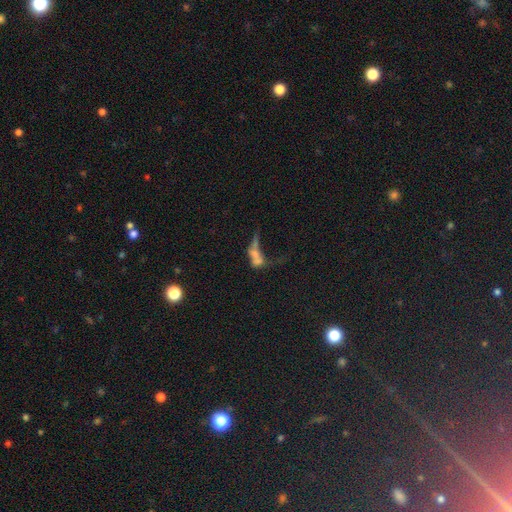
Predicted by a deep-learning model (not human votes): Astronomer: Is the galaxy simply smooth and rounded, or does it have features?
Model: smooth — 43% (runner-up: featured or disk, 39%).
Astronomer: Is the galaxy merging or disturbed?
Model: merger — 52%.